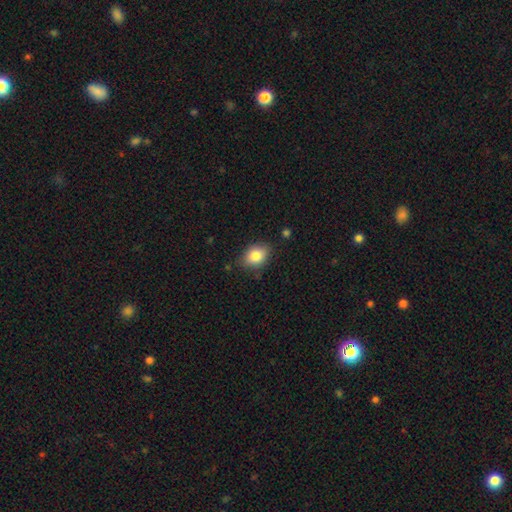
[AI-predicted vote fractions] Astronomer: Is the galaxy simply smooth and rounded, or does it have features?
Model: smooth — 83%.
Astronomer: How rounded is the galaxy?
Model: in between — 72%.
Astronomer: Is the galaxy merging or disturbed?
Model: none — 80%.